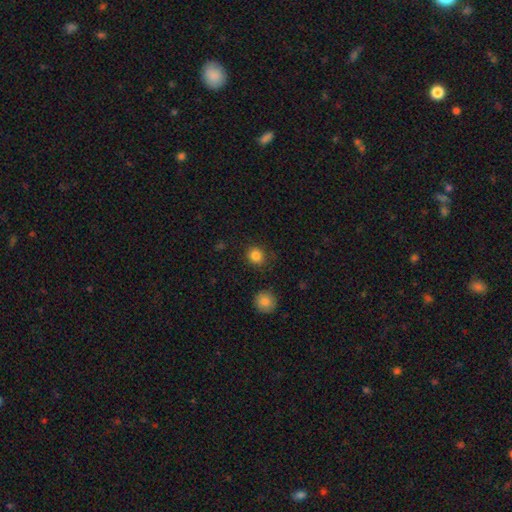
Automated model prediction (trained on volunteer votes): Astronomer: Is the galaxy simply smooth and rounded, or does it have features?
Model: smooth — 84%.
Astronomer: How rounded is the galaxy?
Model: round — 86%.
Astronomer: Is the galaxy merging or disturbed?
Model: none — 87%.